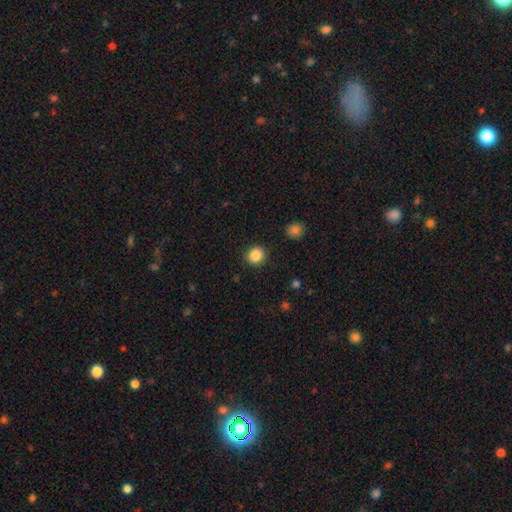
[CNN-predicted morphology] Smooth or featured: smooth — 86% (star or artifact — 10%)
How rounded: round — 88% (in between — 11%)
Merging: none — 89% (minor disturbance — 7%)